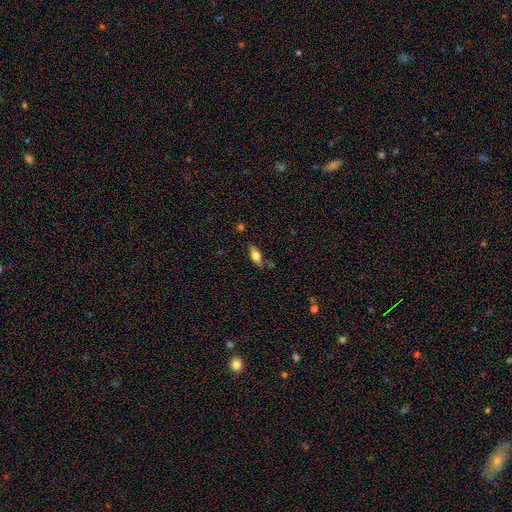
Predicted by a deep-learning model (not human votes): Smooth or featured? Predicted: smooth (p=0.66). How rounded? Predicted: in between (p=0.79). Merging? Predicted: none (p=0.73).